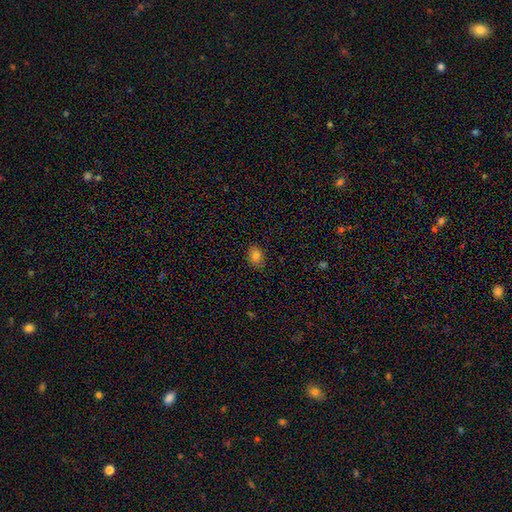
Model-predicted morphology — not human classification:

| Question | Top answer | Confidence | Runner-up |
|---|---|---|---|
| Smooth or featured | smooth | 81% | star or artifact (11%) |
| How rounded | in between | 65% | round (34%) |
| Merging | none | 85% | minor disturbance (12%) |